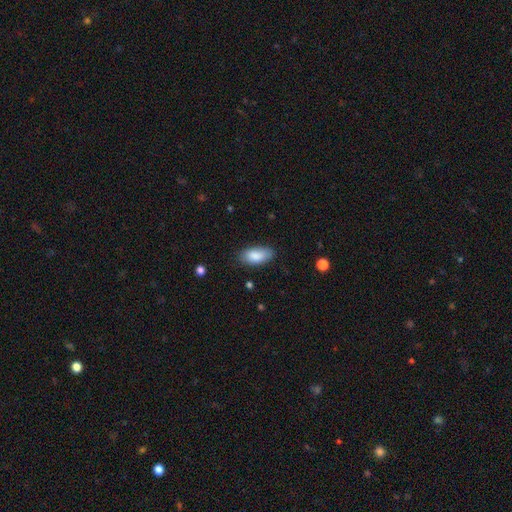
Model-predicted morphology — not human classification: smooth-or-featured: smooth: 86% | featured or disk: 7% | star or artifact: 6%
  how-rounded: in between: 91% | cigar-shaped: 7% | round: 2%
  merging: none: 79% | minor disturbance: 16% | major disturbance: 3% | merger: 1%